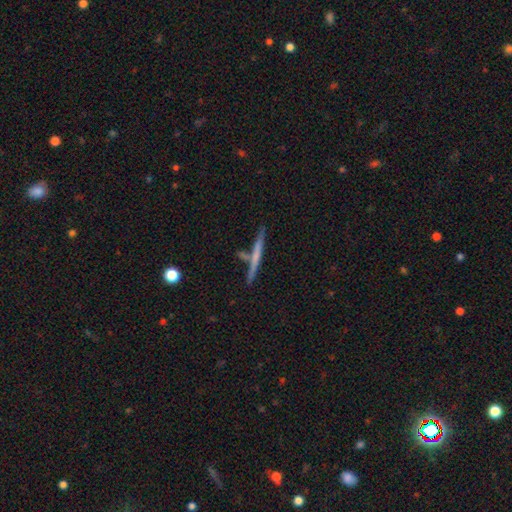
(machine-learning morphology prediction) This appears to be a featured or disk galaxy (48%). Merging: none (75%).